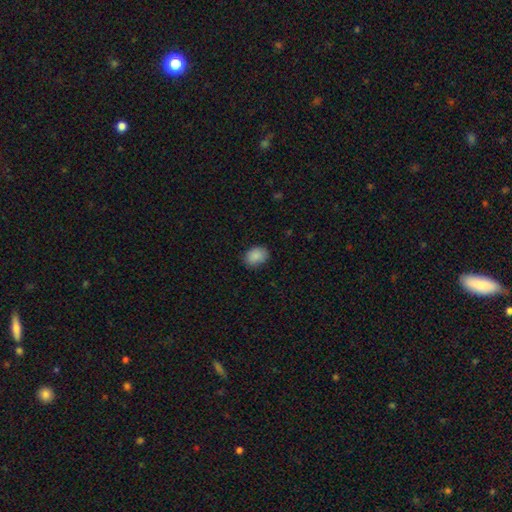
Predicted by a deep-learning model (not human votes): Smooth or featured? smooth (89%)
How rounded? in between (67%)
Merging? none (85%)